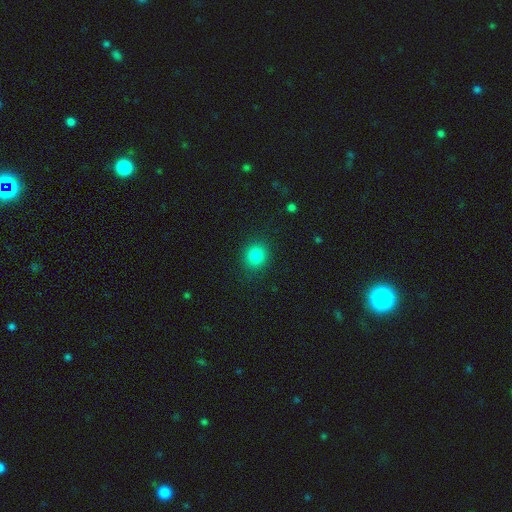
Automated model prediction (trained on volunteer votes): Smooth or featured? Predicted: smooth (p=0.84). How rounded? Predicted: round (p=0.82). Merging? Predicted: none (p=0.88).